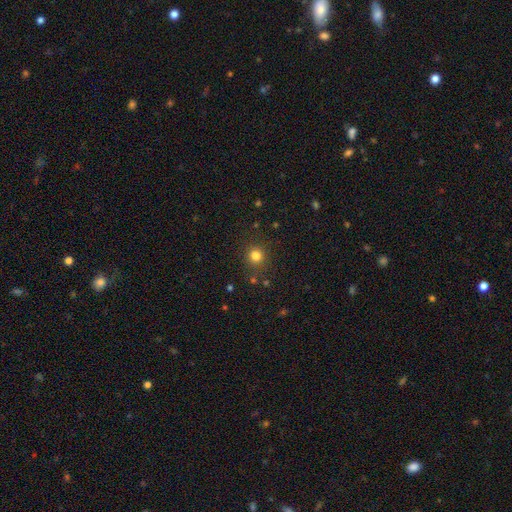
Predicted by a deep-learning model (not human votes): smooth_or_featured: smooth (p=0.80) [alt: star or artifact p=0.15]
how_rounded: round (p=0.92) [alt: in between p=0.07]
merging: none (p=0.87) [alt: minor disturbance p=0.07]